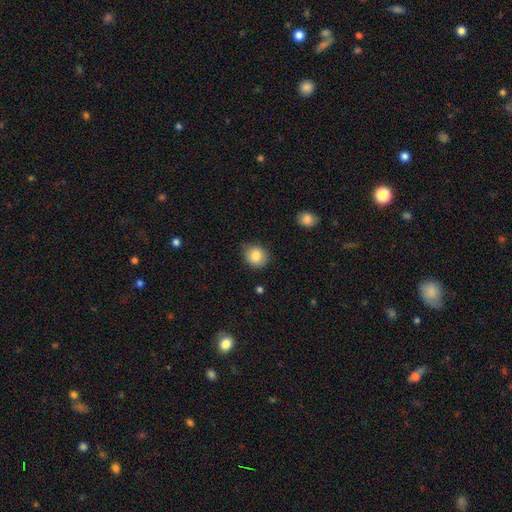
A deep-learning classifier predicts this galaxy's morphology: The model was most divided on "merging": none: 71%, minor disturbance: 24%, major disturbance: 4%, merger: 2%. More confident: smooth or featured — smooth (84%); how rounded — round (75%).